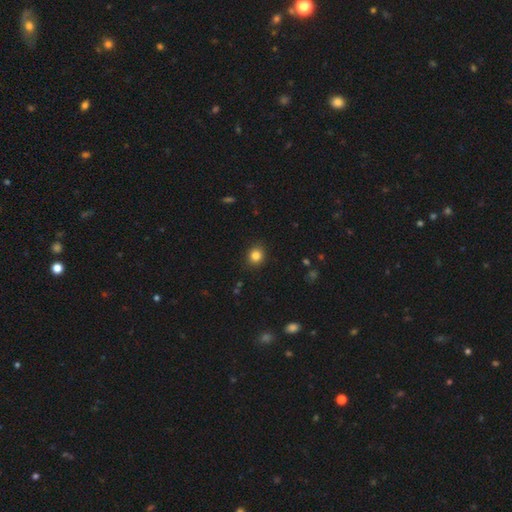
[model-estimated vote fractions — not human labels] Overall: smooth (84%). How rounded: round (78%). Merging: none (89%).